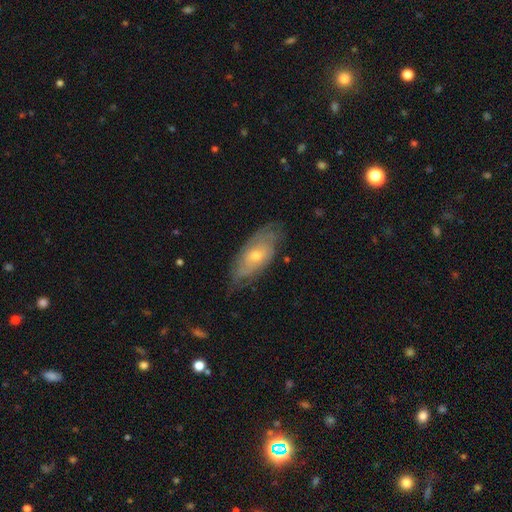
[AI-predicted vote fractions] This appears to be a featured or disk galaxy (61%) with no bar (78%), spiral arms (74%) and a moderate central bulge (50%). Merging: none (69%).